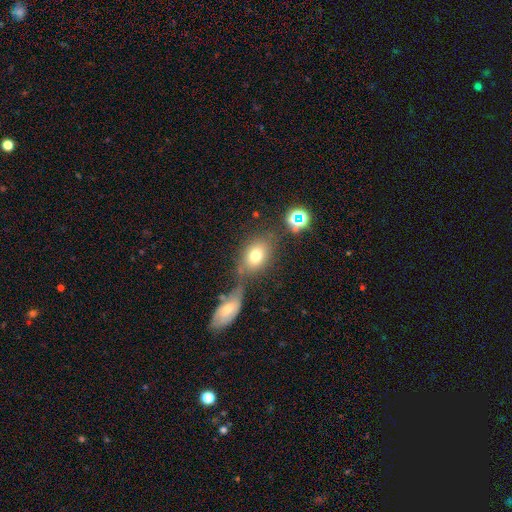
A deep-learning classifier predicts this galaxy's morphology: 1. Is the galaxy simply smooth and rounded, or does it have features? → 74% smooth, 14% featured or disk, 12% star or artifact.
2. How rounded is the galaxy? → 68% in between, 30% round, 2% cigar-shaped.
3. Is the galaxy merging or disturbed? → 52% none, 27% merger, 14% minor disturbance, 7% major disturbance.